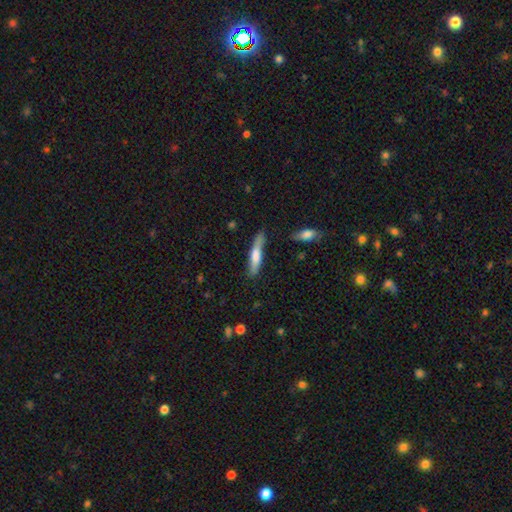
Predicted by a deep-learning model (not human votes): This is likely a smooth galaxy (63%). How rounded: clearly cigar-shaped (85%). Merging: likely none (74%).